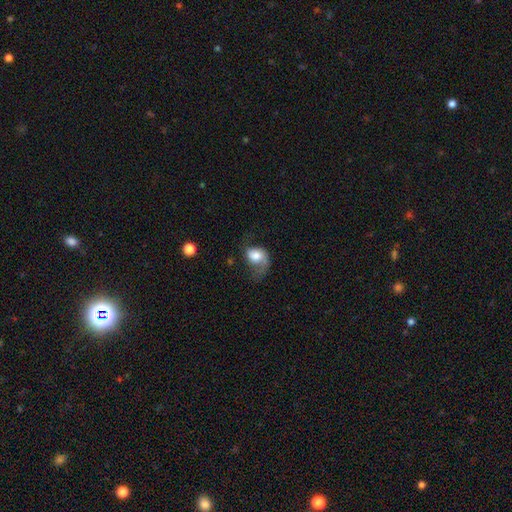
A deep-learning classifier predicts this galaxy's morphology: The model was most divided on "smooth or featured": smooth: 50%, featured or disk: 42%, star or artifact: 8%. Remaining: how rounded — in between (55%); merging — major disturbance (44%).